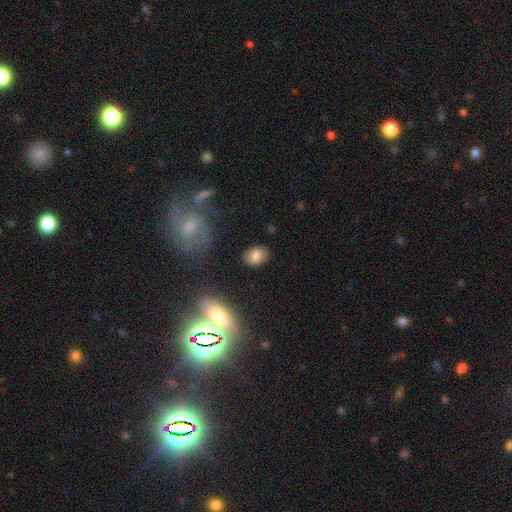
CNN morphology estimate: Smooth or featured: smooth — 80% (featured or disk — 11%)
How rounded: in between — 70% (round — 28%)
Merging: none — 84% (minor disturbance — 11%)